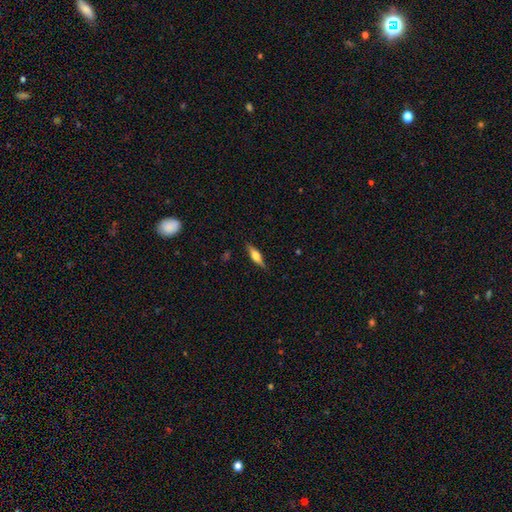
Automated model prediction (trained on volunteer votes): Smooth or featured?
  - featured or disk: 56% *
  - smooth: 38%
  - star or artifact: 7%
Edge-on disk?
  - yes: 95% *
  - no: 5%
Edge-on bulge?
  - rounded: 90% *
  - boxy: 8%
  - none: 3%
Merging?
  - none: 87% *
  - minor disturbance: 10%
  - major disturbance: 2%
  - merger: 1%